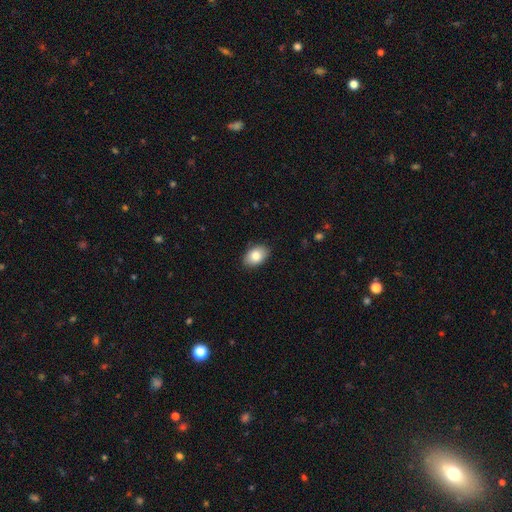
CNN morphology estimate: Smooth or featured?
  - smooth: 84% *
  - featured or disk: 9%
  - star or artifact: 7%
How rounded?
  - in between: 88% *
  - round: 11%
  - cigar-shaped: 1%
Merging?
  - none: 88% *
  - minor disturbance: 9%
  - major disturbance: 2%
  - merger: 1%